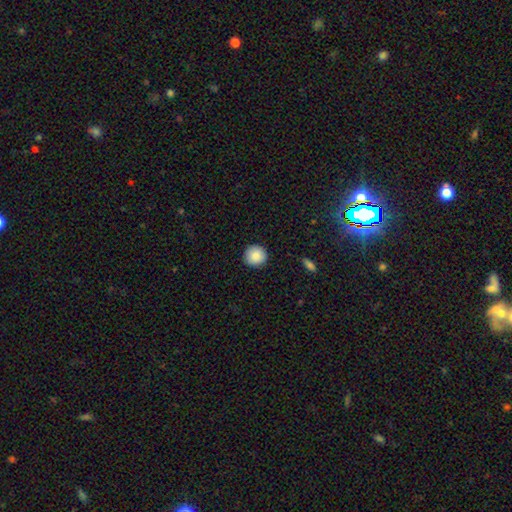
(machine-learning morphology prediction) A smooth galaxy with no disk features (88%) that is round (94%).

Vote fractions:
- Smooth or featured? smooth: 88% / star or artifact: 8% / featured or disk: 4%
- How rounded? round: 94% / in between: 6% / cigar-shaped: 1%
- Merging? none: 91% / minor disturbance: 6% / major disturbance: 2% / merger: 1%